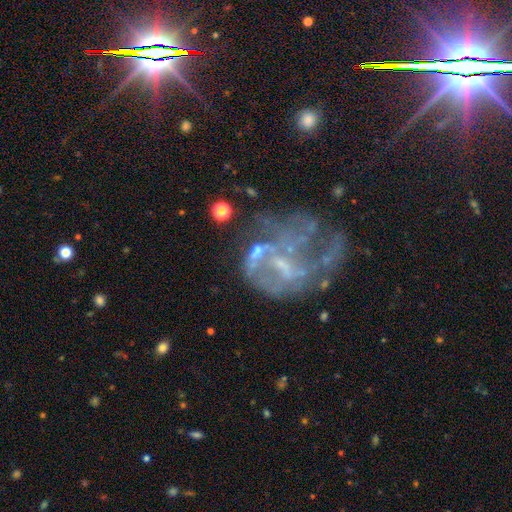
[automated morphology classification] This appears to be a featured or disk galaxy (58%) with no bar (69%), no spiral arms (77%) and no central bulge (55%). Merging: major disturbance (34%).